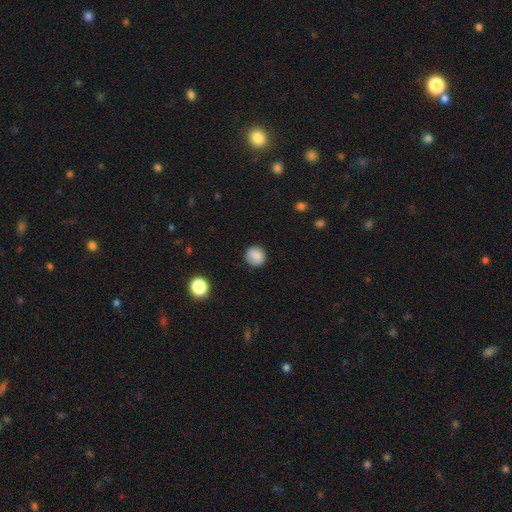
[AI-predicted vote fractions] Smooth or featured? Predicted: smooth (p=0.86). How rounded? Predicted: round (p=0.88). Merging? Predicted: none (p=0.88).